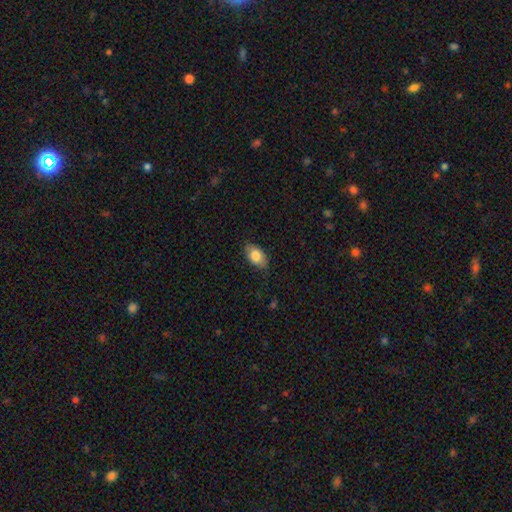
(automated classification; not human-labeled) Morphology: type=smooth (81%); roundness=in between (91%); merging=none (83%).